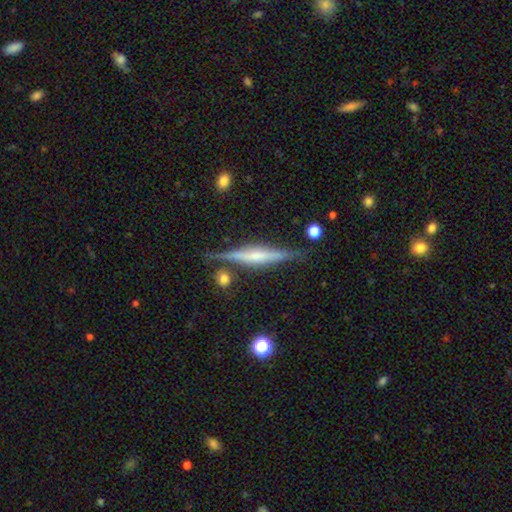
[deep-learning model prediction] Smooth or featured?
  - featured or disk: 75% *
  - smooth: 18%
  - star or artifact: 7%
Edge-on disk?
  - yes: 97% *
  - no: 3%
Edge-on bulge?
  - rounded: 60% *
  - boxy: 21%
  - none: 19%
Merging?
  - none: 84% *
  - minor disturbance: 11%
  - merger: 3%
  - major disturbance: 3%